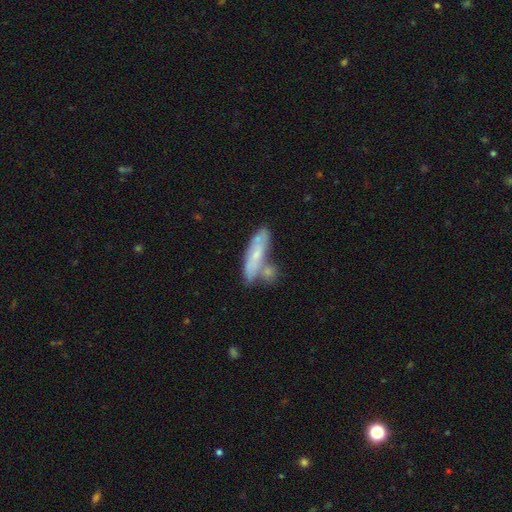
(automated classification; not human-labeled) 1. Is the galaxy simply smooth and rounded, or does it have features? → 50% smooth, 44% featured or disk, 7% star or artifact.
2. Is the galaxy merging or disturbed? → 43% none, 32% merger, 19% minor disturbance, 7% major disturbance.